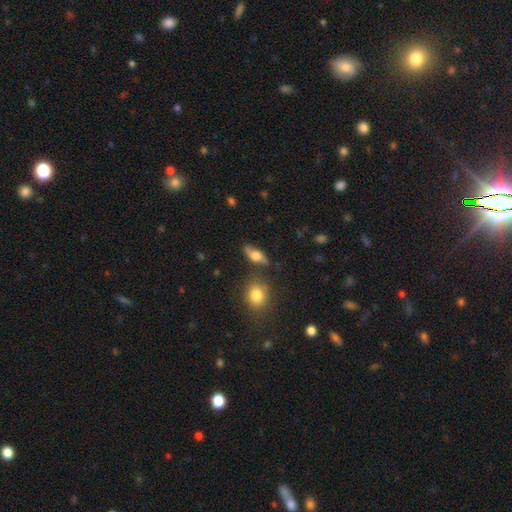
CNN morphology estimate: smooth_or_featured: smooth (p=0.53) [alt: featured or disk p=0.39]
how_rounded: in between (p=0.70) [alt: cigar-shaped p=0.22]
merging: none (p=0.71) [alt: minor disturbance p=0.18]